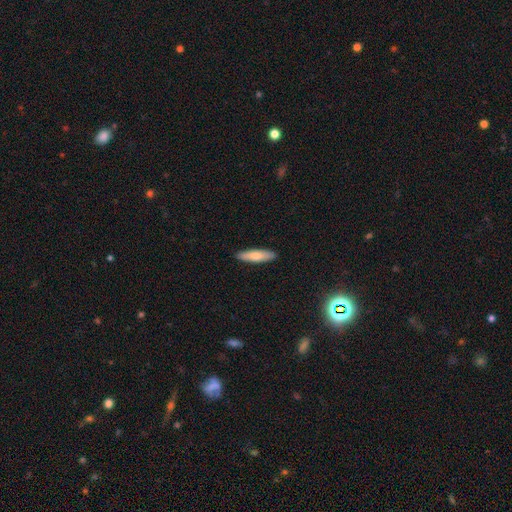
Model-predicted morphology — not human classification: The model was most divided on "how rounded": cigar-shaped: 72%, in between: 26%, round: 2%. More confident: merging — none (90%); smooth or featured — smooth (77%).